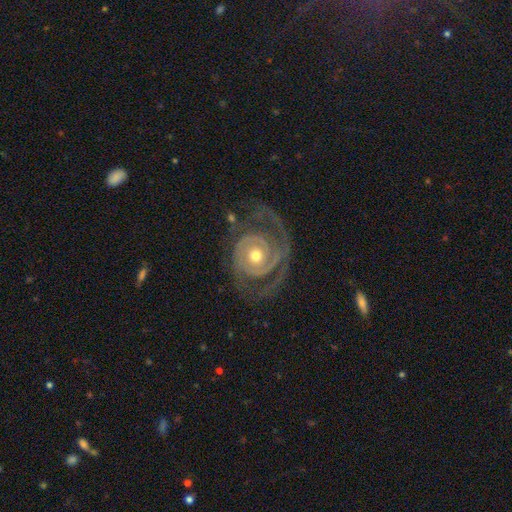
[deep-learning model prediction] Smooth or featured: featured or disk — 88% (smooth — 7%)
Edge-on disk: no — 97% (yes — 3%)
Bar: no — 76% (weak — 18%)
Spiral arms: yes — 94% (no — 6%)
Spiral winding: tight — 58% (medium — 31%)
Spiral arm count: 2 — 61% (can't tell — 12%)
Bulge size: moderate — 67% (small — 27%)
Merging: none — 63% (major disturbance — 19%)